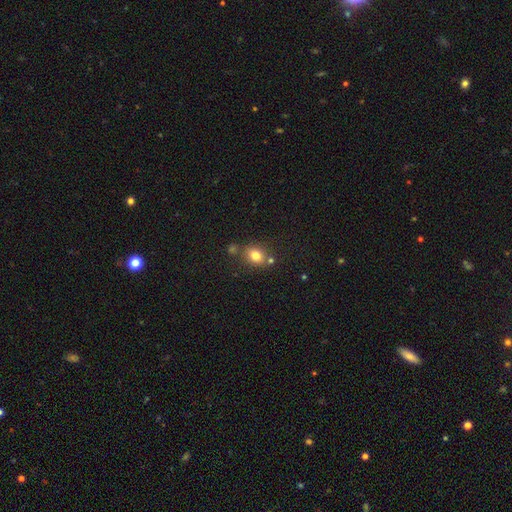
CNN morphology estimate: Smooth or featured? Predicted: smooth (p=0.79). How rounded? Predicted: in between (p=0.51). Merging? Predicted: none (p=0.67).